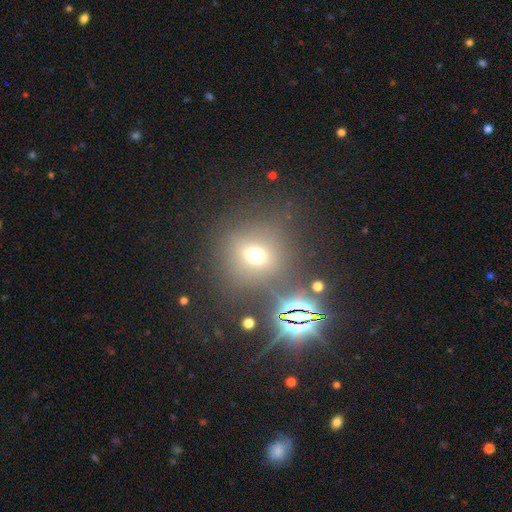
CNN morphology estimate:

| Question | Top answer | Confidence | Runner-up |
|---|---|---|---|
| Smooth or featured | smooth | 59% | star or artifact (29%) |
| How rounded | round | 83% | in between (15%) |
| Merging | none | 77% | minor disturbance (10%) |